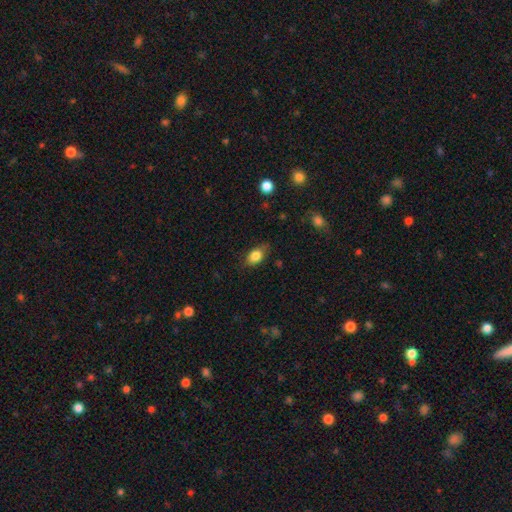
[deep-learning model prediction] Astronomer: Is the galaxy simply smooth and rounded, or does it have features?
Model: smooth — 83%.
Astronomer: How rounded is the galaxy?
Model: in between — 83%.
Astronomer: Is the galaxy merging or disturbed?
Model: none — 76%.